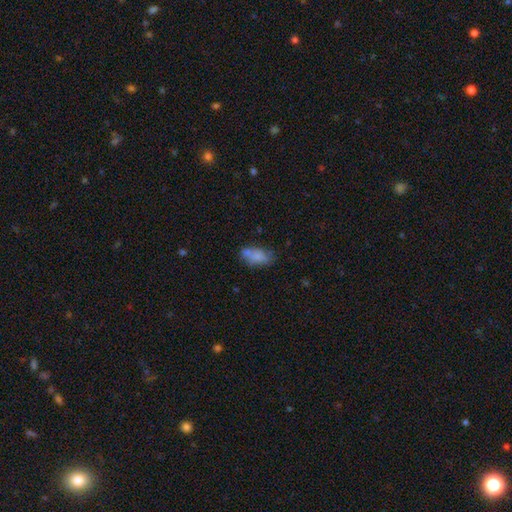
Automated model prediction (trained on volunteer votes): This is likely a smooth galaxy (70%). How rounded: clearly in between (85%). Merging: possibly none (52%).